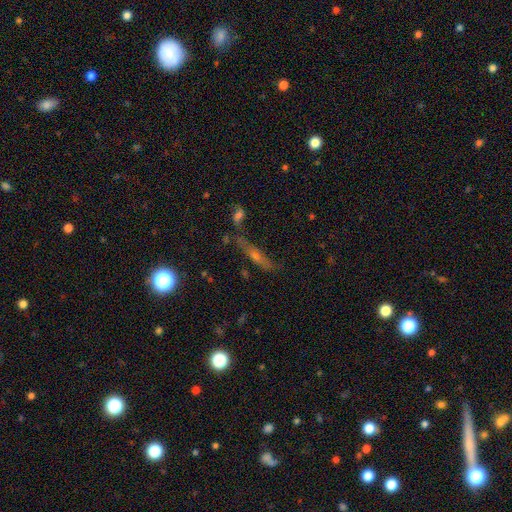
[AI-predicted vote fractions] The model was most divided on "smooth or featured": featured or disk: 47%, smooth: 33%, star or artifact: 19%. More confident: merging — none (61%).